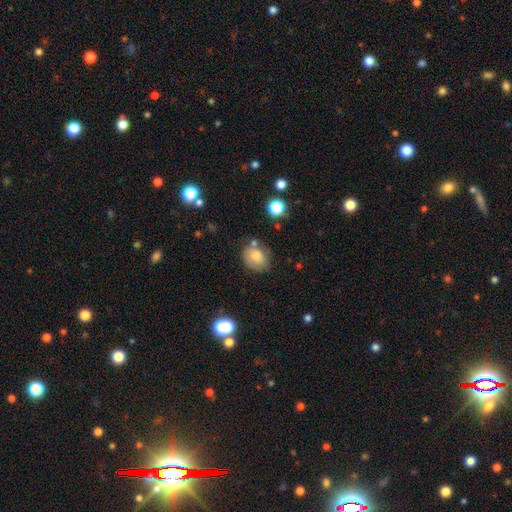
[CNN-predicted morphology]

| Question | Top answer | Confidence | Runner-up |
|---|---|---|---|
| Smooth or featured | smooth | 74% | featured or disk (16%) |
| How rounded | round | 51% | in between (48%) |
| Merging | none | 60% | minor disturbance (23%) |